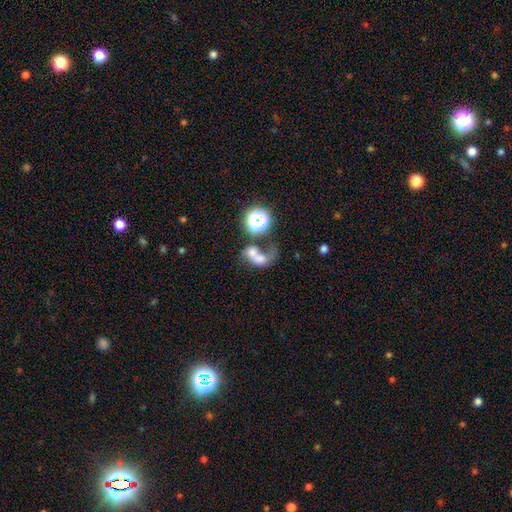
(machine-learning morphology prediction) The model was most divided on "how rounded": in between: 59%, round: 39%, cigar-shaped: 2%. More confident: merging — merger (62%); smooth or featured — smooth (52%).